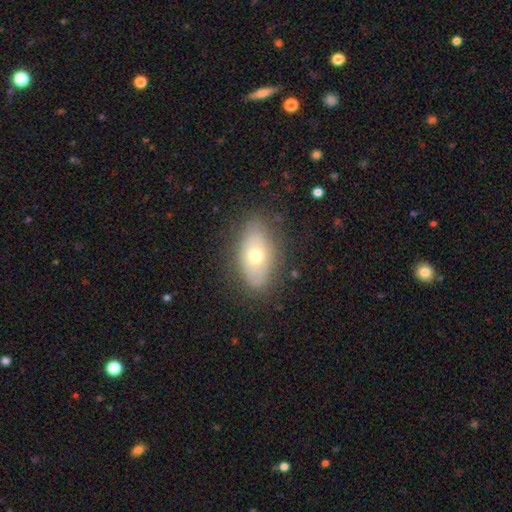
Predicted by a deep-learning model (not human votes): This is likely a smooth galaxy (61%). How rounded: clearly in between (88%). Merging: likely none (79%).